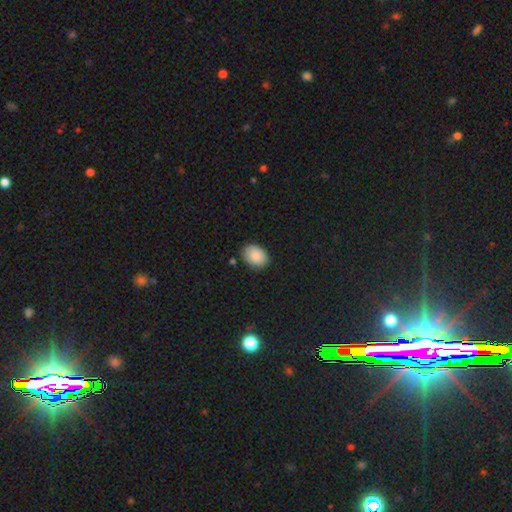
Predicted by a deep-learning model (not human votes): Smooth or featured? Predicted: smooth (p=0.86). How rounded? Predicted: in between (p=0.78). Merging? Predicted: none (p=0.84).